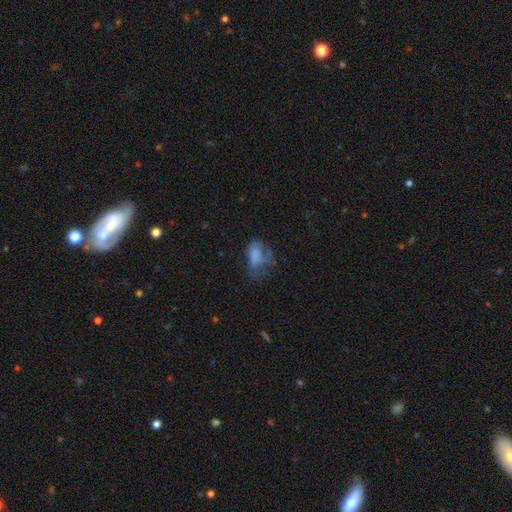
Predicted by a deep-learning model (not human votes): Smooth or featured? Predicted: smooth (p=0.63). How rounded? Predicted: in between (p=0.85). Merging? Predicted: major disturbance (p=0.42).